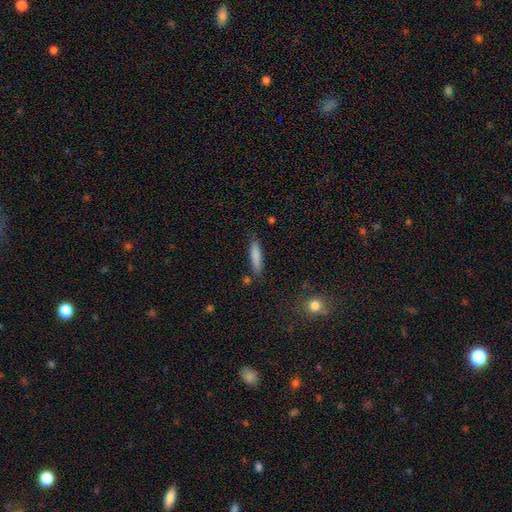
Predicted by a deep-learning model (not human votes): Smooth or featured? smooth (82%)
How rounded? cigar-shaped (81%)
Merging? none (81%)